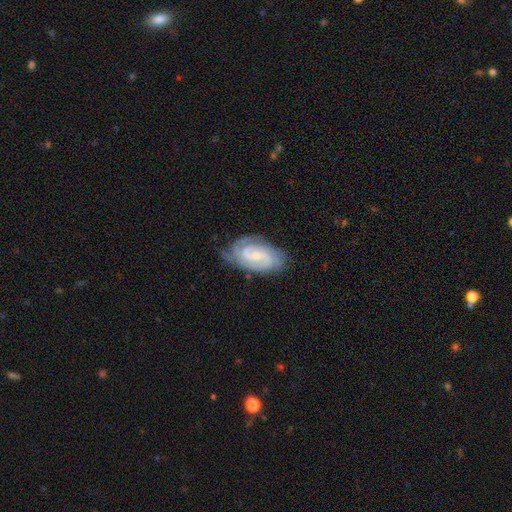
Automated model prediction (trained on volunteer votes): Smooth or featured? Predicted: featured or disk (p=0.87). Edge-on disk? Predicted: no (p=0.97). Bar? Predicted: weak (p=0.49). Spiral arms? Predicted: yes (p=0.98). Spiral winding? Predicted: tight (p=0.62). Spiral arm count? Predicted: 2 (p=0.53). Bulge size? Predicted: small (p=0.62). Merging? Predicted: none (p=0.73).